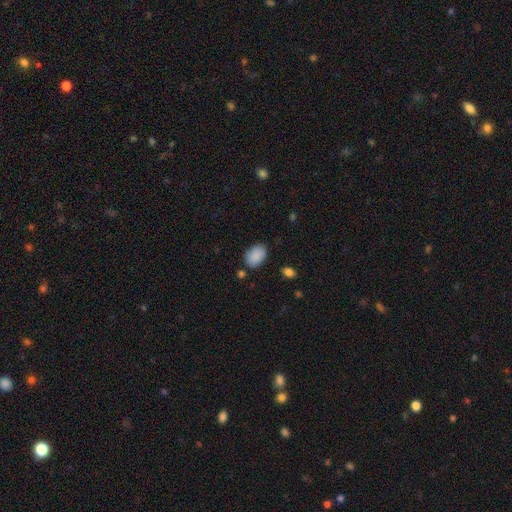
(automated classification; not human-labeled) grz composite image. It shows a smooth galaxy with no disk features (89%) that is in between round and cigar-shaped (83%). Merging: none (81%).